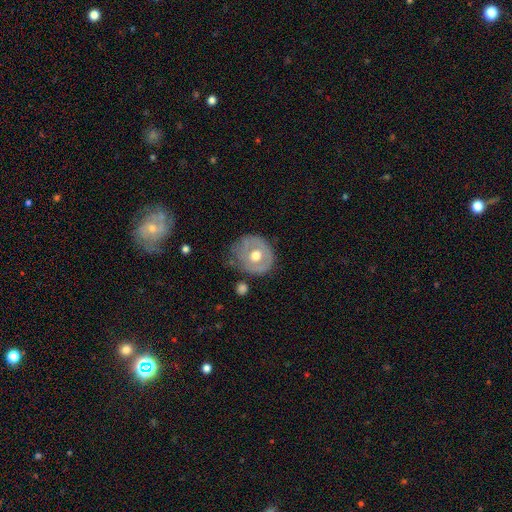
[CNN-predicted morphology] Smooth or featured? featured or disk (49%)
Merging? none (60%)